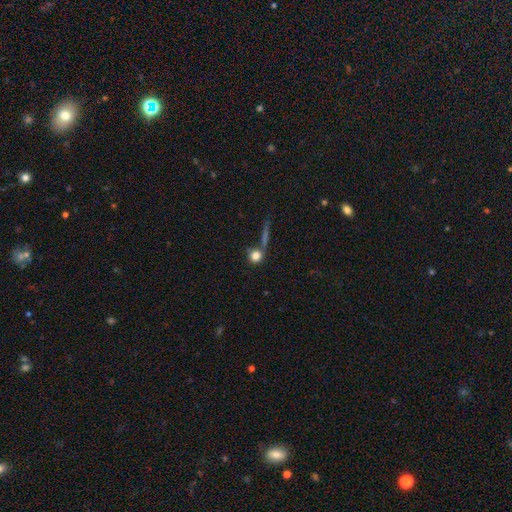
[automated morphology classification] A smooth galaxy with no disk features (78%) that is round (88%). Merging: none (62%).